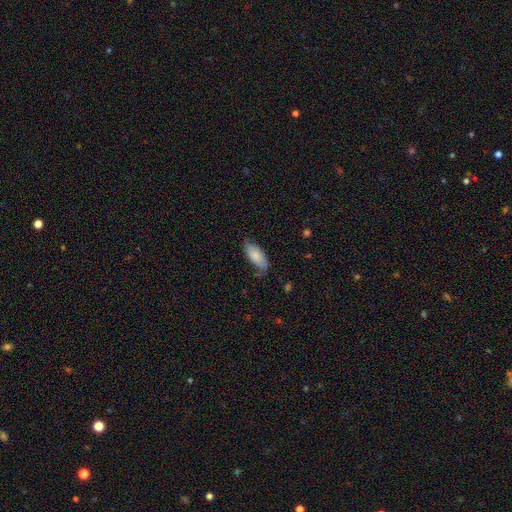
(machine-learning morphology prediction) Smooth or featured? smooth (81%)
How rounded? in between (85%)
Merging? none (70%)